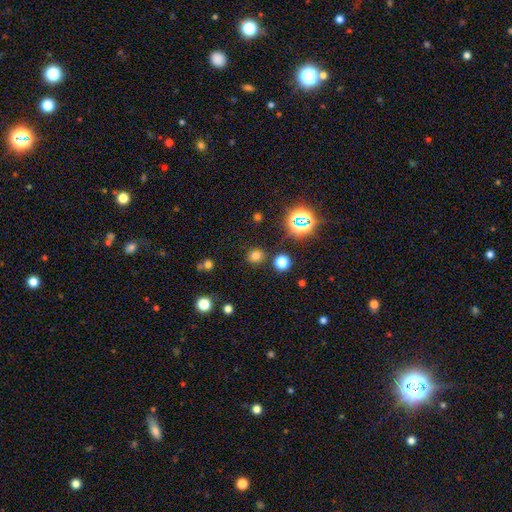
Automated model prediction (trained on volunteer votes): Q: Smooth or featured?
A: smooth (70%); runner-up: star or artifact (24%)
Q: How rounded?
A: round (86%); runner-up: in between (13%)
Q: Merging?
A: none (86%); runner-up: minor disturbance (8%)